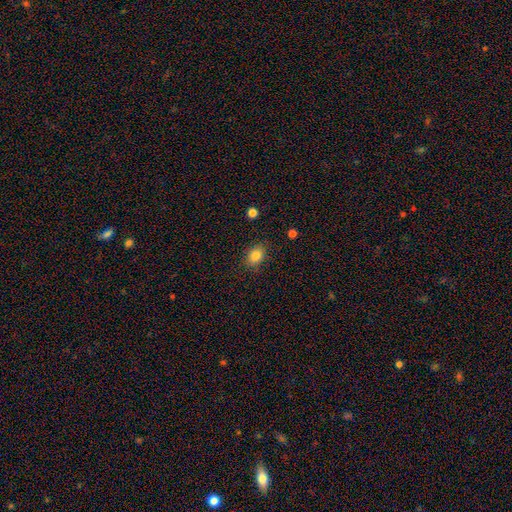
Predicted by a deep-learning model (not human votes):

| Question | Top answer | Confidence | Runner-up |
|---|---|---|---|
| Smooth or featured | smooth | 83% | star or artifact (10%) |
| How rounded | in between | 70% | round (28%) |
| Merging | none | 85% | minor disturbance (11%) |